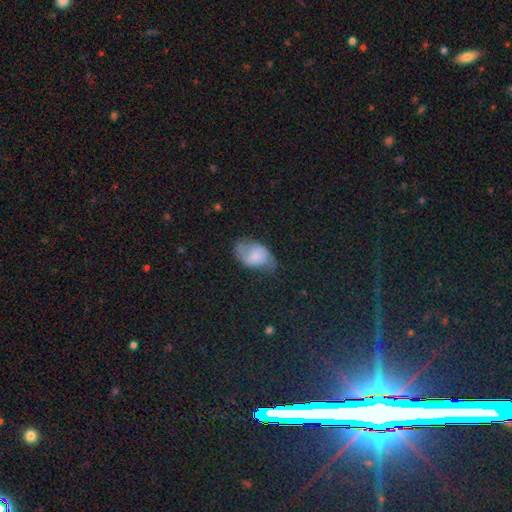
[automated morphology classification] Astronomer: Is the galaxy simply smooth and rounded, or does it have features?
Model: smooth — 60%.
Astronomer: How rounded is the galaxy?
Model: in between — 89%.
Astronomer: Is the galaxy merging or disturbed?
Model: none — 47% (runner-up: minor disturbance, 34%).